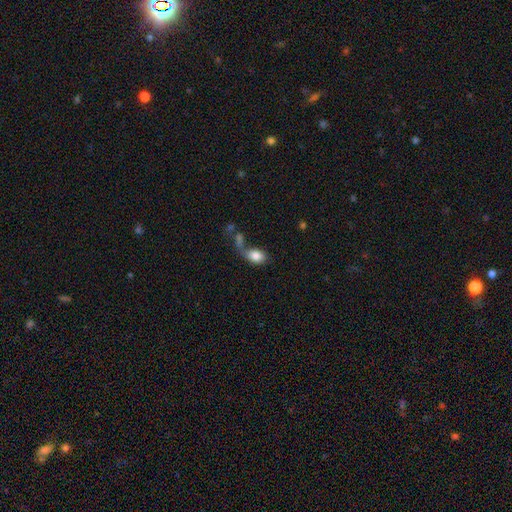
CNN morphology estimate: Smooth or featured? smooth (82%)
How rounded? in between (85%)
Merging? merger (33%)